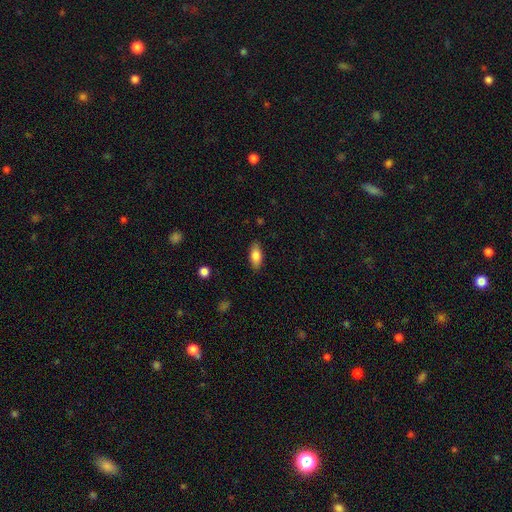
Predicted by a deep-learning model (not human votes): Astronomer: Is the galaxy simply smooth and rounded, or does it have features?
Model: smooth — 82%.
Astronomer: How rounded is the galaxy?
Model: in between — 85%.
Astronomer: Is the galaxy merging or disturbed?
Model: none — 87%.